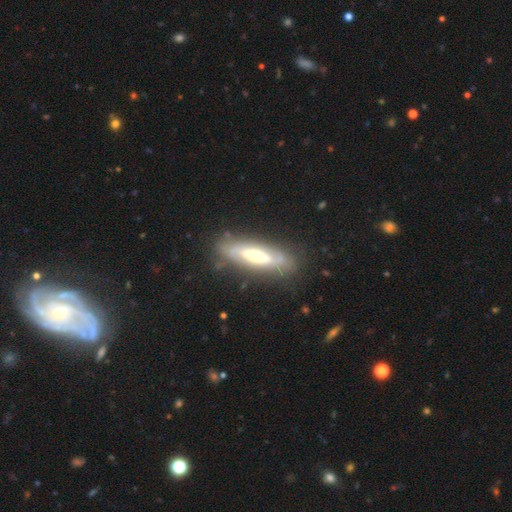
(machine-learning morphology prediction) type=featured or disk (67%); edge-on=no (60%); merging=none (80%).